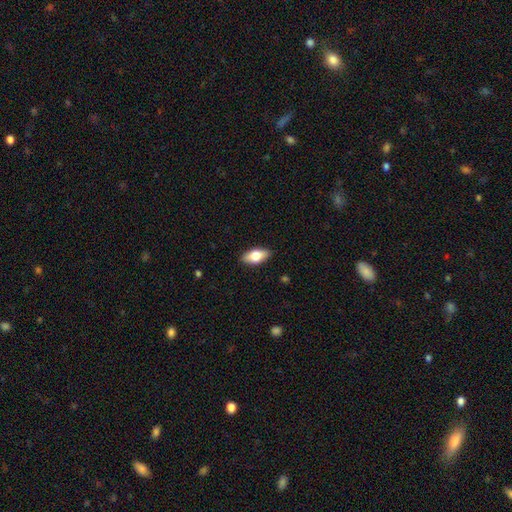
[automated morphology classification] A smooth galaxy with no disk features (73%) that is in between round and cigar-shaped (88%).

Vote fractions:
- Smooth or featured? smooth: 73% / featured or disk: 21% / star or artifact: 6%
- How rounded? in between: 88% / cigar-shaped: 8% / round: 4%
- Merging? none: 88% / minor disturbance: 9% / major disturbance: 2% / merger: 1%